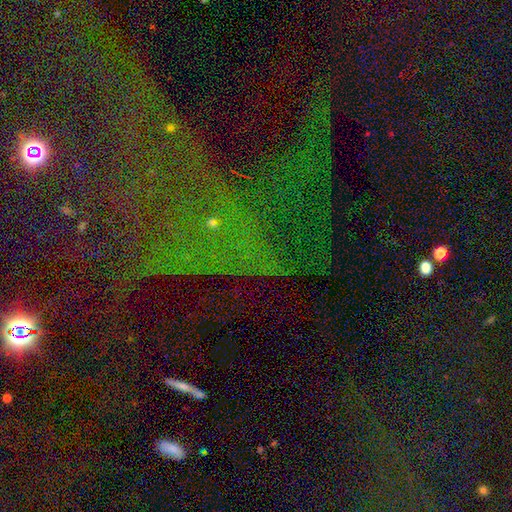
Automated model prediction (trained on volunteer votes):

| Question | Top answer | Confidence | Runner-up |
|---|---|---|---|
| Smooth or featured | star or artifact | 74% | featured or disk (13%) |